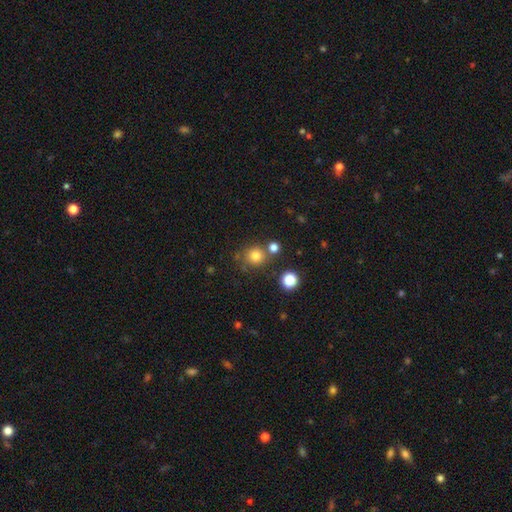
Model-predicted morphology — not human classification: A smooth galaxy with no disk features (78%) that is round (87%). Merging: none (70%).